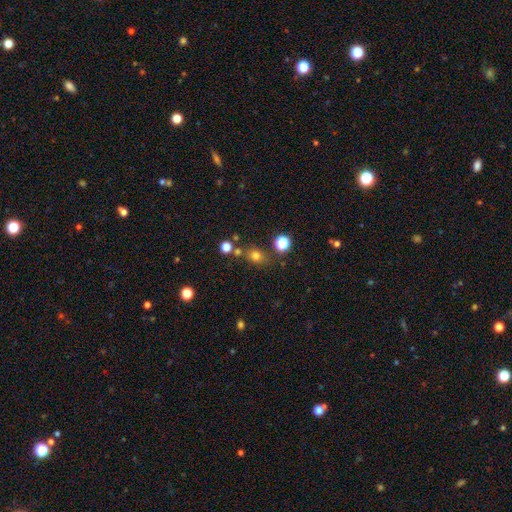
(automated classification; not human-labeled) This is likely a smooth galaxy (73%). How rounded: likely round (64%). Merging: likely none (71%).